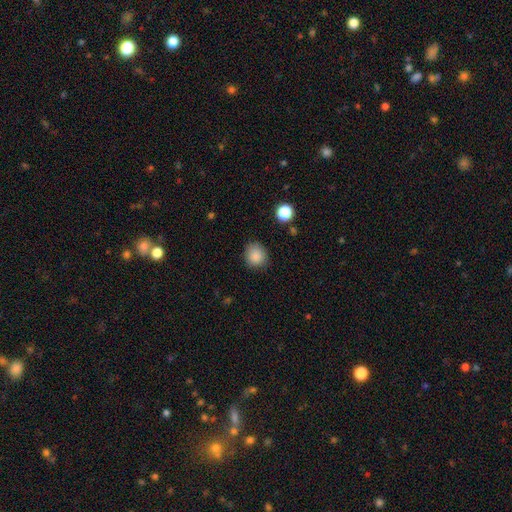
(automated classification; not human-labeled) This is clearly a smooth galaxy (87%). How rounded: clearly round (80%). Merging: clearly none (83%).